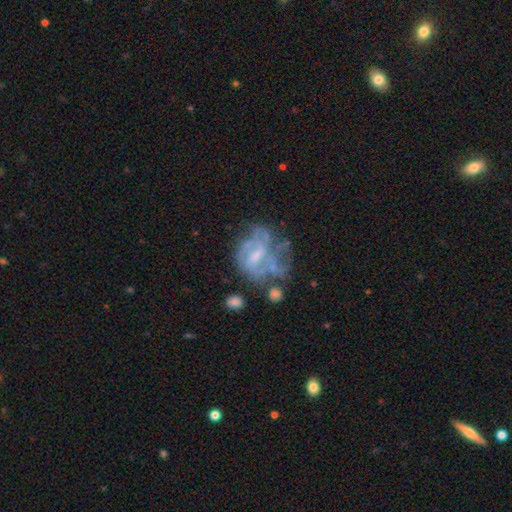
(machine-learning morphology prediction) Smooth or featured? Predicted: featured or disk (p=0.71). Edge-on disk? Predicted: no (p=0.97). Bar? Predicted: no (p=0.47). Spiral arms? Predicted: yes (p=0.52). Bulge size? Predicted: small (p=0.44). Merging? Predicted: none (p=0.38).